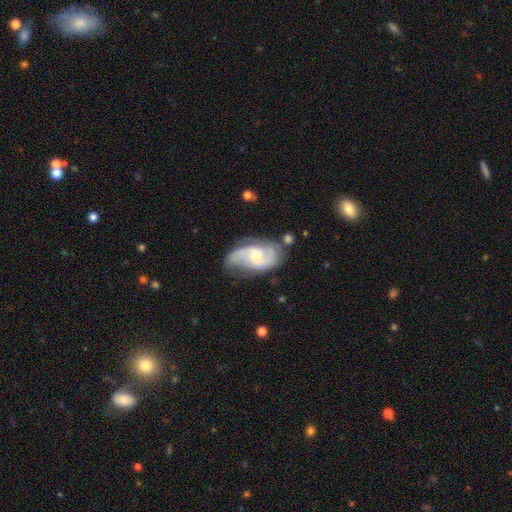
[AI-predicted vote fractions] This appears to be a featured or disk galaxy (83%) with no bar (52%), 2 (77%) medium (50%) spiral arms (96%) and a small central bulge (44%). Merging: none (63%).